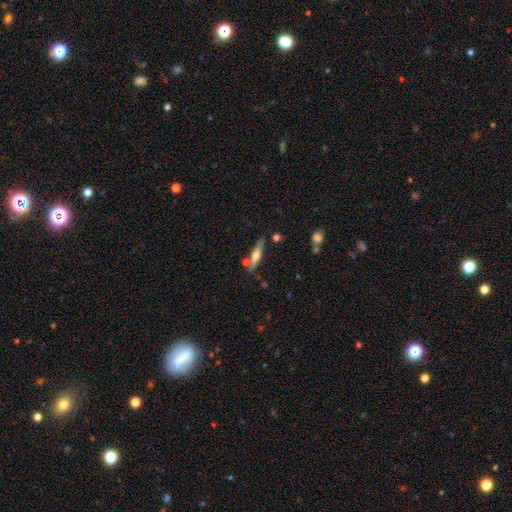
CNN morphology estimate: featured or disk 49%, smooth 44%, star or artifact 7%. Down the decision tree: merging — none (72%).